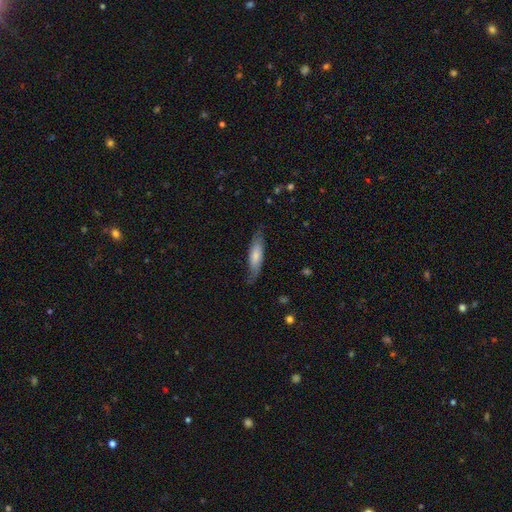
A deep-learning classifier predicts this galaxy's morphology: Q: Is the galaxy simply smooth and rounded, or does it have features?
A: smooth — 63%.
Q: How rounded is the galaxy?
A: cigar-shaped — 58%.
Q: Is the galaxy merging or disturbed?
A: none — 75%.